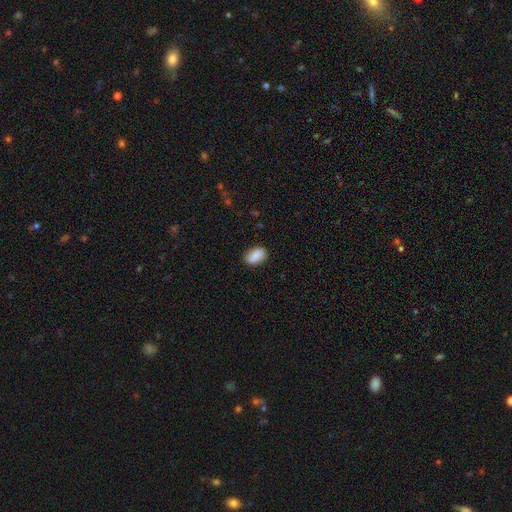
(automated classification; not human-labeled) This appears to be a smooth galaxy with no disk features (68%) that is in between round and cigar-shaped (86%). Merging: none (79%).